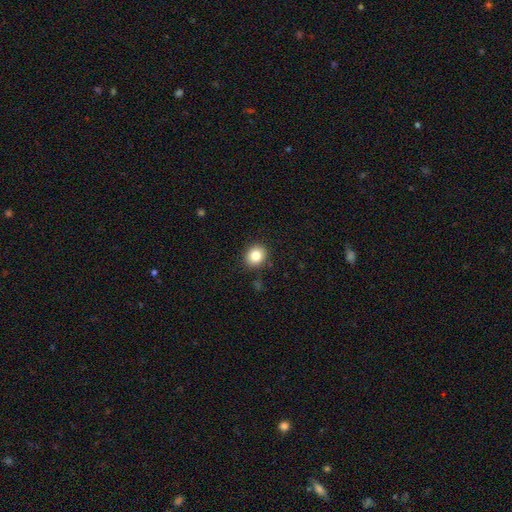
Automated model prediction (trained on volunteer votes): smooth_or_featured: smooth (p=0.83) [alt: star or artifact p=0.10]
how_rounded: round (p=0.73) [alt: in between p=0.26]
merging: none (p=0.89) [alt: minor disturbance p=0.07]